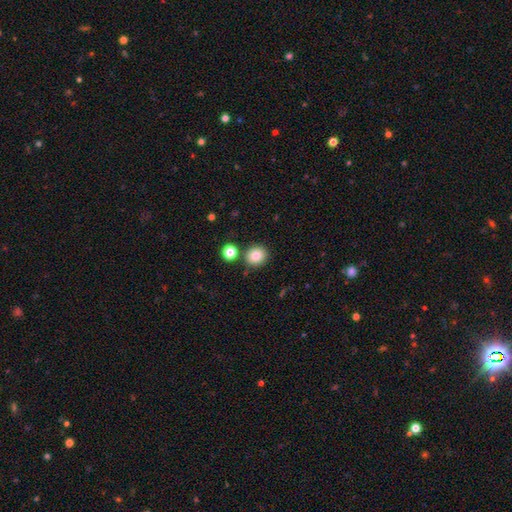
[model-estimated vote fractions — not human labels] Smooth or featured? Predicted: smooth (p=0.84). How rounded? Predicted: round (p=0.84). Merging? Predicted: none (p=0.81).